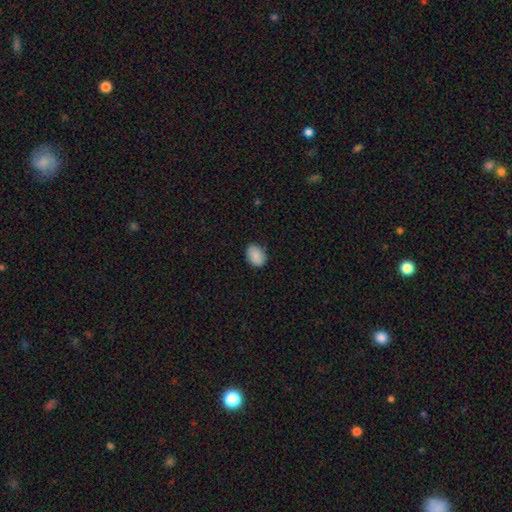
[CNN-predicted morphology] Q: Smooth or featured?
A: smooth (86%); runner-up: star or artifact (7%)
Q: How rounded?
A: in between (66%); runner-up: round (33%)
Q: Merging?
A: none (79%); runner-up: minor disturbance (16%)